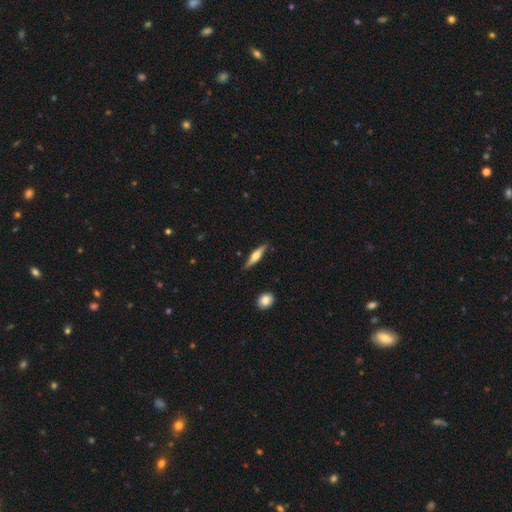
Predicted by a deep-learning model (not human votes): Smooth or featured?
  - featured or disk: 54% *
  - smooth: 40%
  - star or artifact: 5%
Edge-on disk?
  - yes: 95% *
  - no: 5%
Edge-on bulge?
  - rounded: 89% *
  - boxy: 7%
  - none: 4%
Merging?
  - none: 85% *
  - minor disturbance: 11%
  - major disturbance: 2%
  - merger: 2%